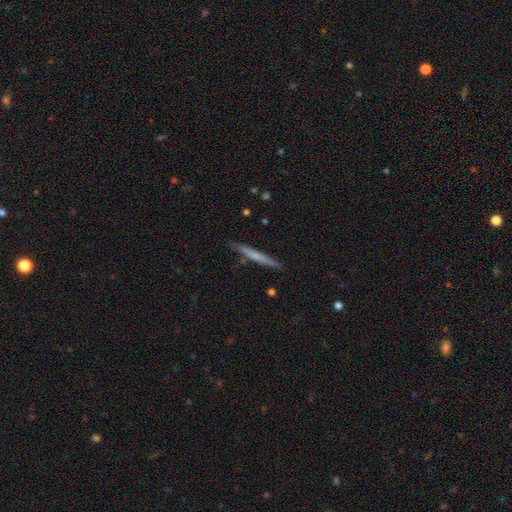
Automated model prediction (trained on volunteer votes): smooth-or-featured: smooth: 53% | featured or disk: 41% | star or artifact: 5%
  how-rounded: cigar-shaped: 96% | in between: 2% | round: 1%
  merging: none: 87% | minor disturbance: 9% | merger: 2% | major disturbance: 2%